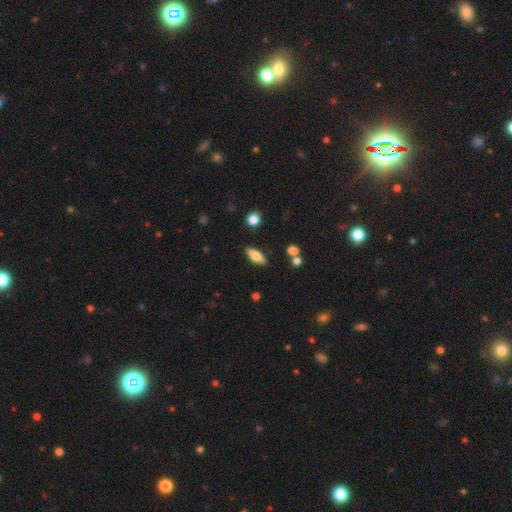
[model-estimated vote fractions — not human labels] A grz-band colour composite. It shows a smooth galaxy with no disk features (57%) that is in between round and cigar-shaped (67%). Merging: none (85%).